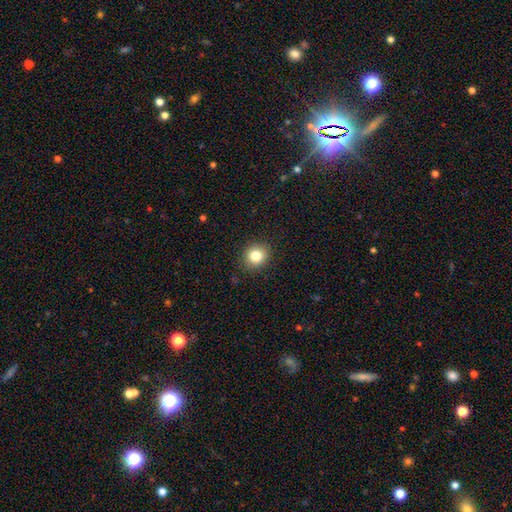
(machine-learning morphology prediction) The model was most divided on "how rounded": round: 79%, in between: 20%, cigar-shaped: 1%. More confident: merging — none (89%); smooth or featured — smooth (81%).